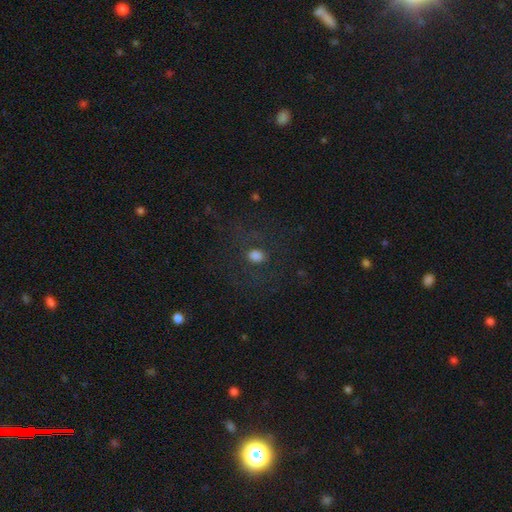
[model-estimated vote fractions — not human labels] The model was most divided on "how rounded": round: 55%, in between: 44%, cigar-shaped: 2%. More confident: merging — none (74%); smooth or featured — smooth (66%).